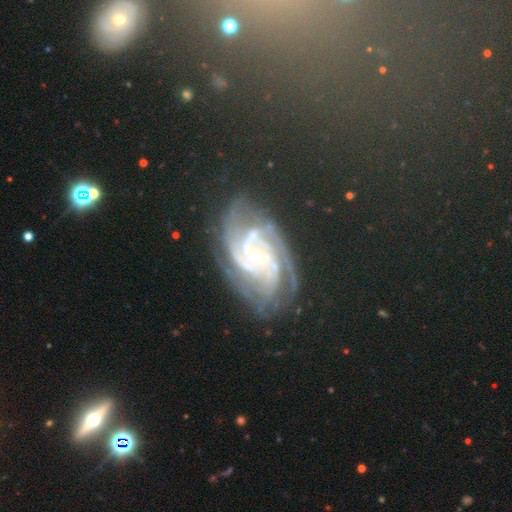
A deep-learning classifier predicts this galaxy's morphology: type=featured or disk (86%); edge-on=no (97%); bar=no (64%); spiral arms=yes (98%); winding=tight (62%); arm count=3 (25%); bulge=small (73%); merging=none (68%).